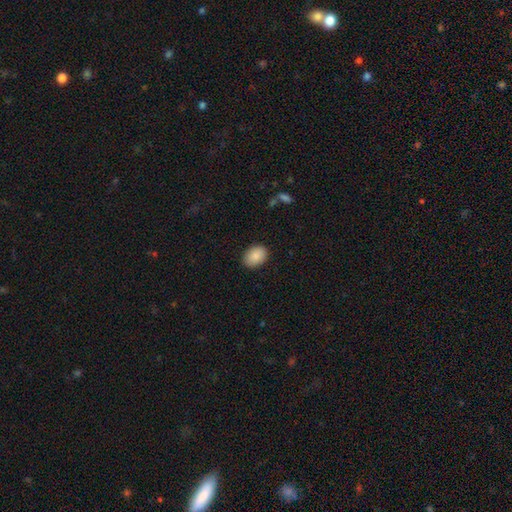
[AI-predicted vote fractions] Morphology: type=smooth (89%); roundness=in between (80%); merging=none (88%).